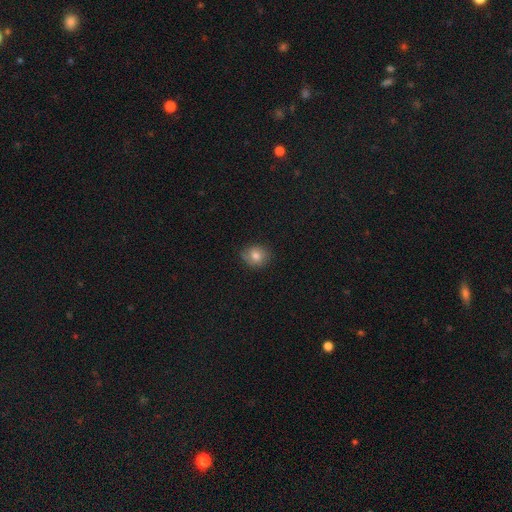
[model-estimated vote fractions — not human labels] smooth-or-featured: smooth: 74% | featured or disk: 15% | star or artifact: 11%
  how-rounded: round: 73% | in between: 26% | cigar-shaped: 1%
  merging: none: 78% | minor disturbance: 17% | major disturbance: 4% | merger: 1%